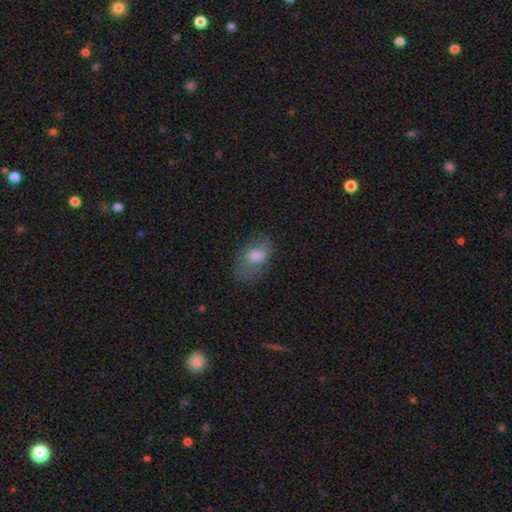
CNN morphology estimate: Smooth or featured? Predicted: smooth (p=0.67). How rounded? Predicted: in between (p=0.87). Merging? Predicted: none (p=0.64).